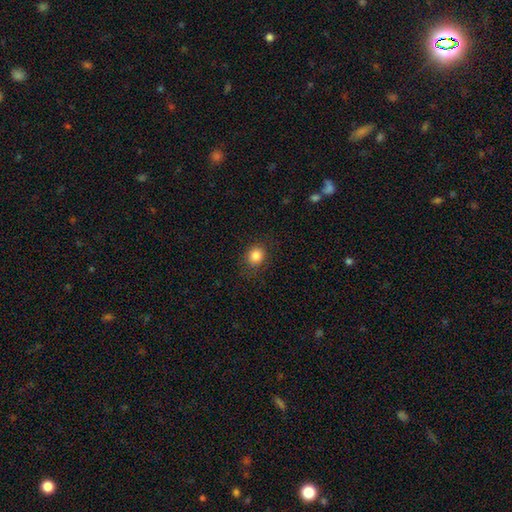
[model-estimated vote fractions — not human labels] Q: Smooth or featured?
A: smooth (85%); runner-up: star or artifact (10%)
Q: How rounded?
A: round (75%); runner-up: in between (24%)
Q: Merging?
A: none (83%); runner-up: minor disturbance (12%)